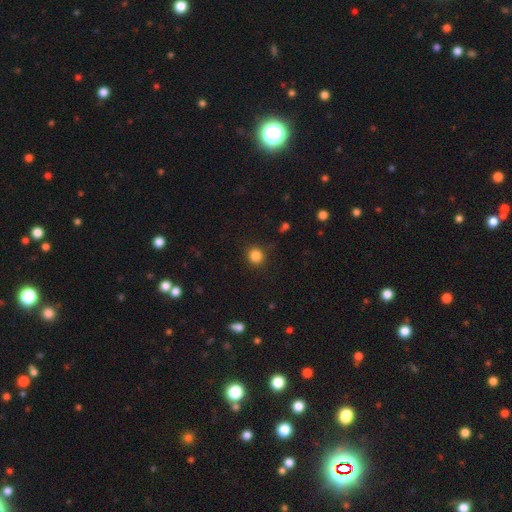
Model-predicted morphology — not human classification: smooth_or_featured: smooth (p=0.84) [alt: star or artifact p=0.12]
how_rounded: round (p=0.92) [alt: in between p=0.08]
merging: none (p=0.87) [alt: minor disturbance p=0.09]